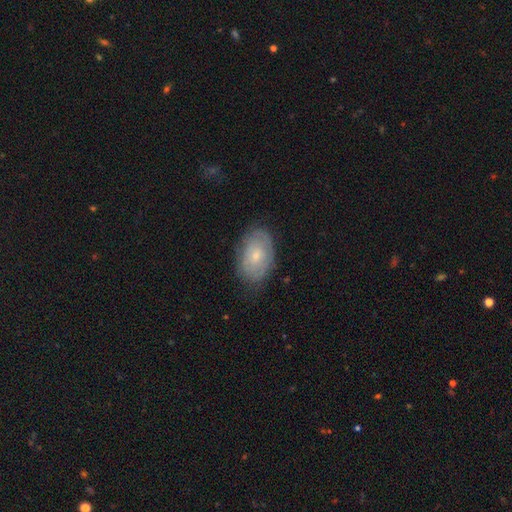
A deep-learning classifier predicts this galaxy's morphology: Smooth or featured: featured or disk — 50% (smooth — 44%)
Merging: none — 75% (minor disturbance — 18%)